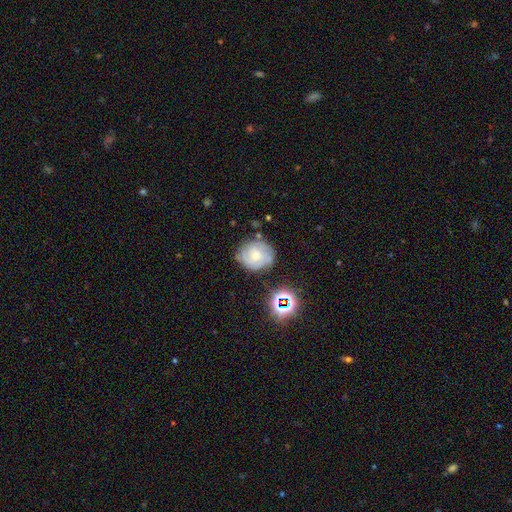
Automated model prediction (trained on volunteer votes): Smooth or featured? featured or disk (47%)
Merging? none (66%)